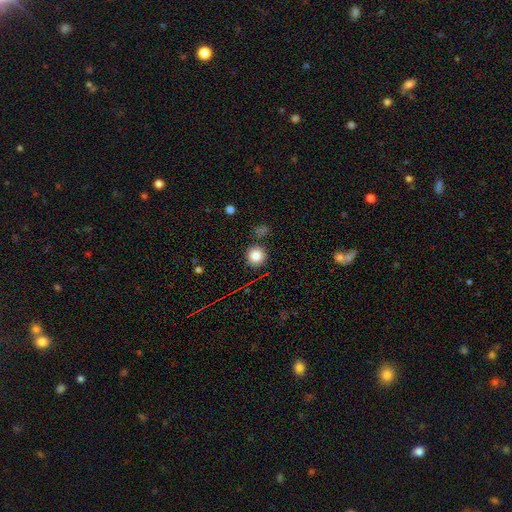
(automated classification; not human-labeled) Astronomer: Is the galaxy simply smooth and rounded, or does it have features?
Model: smooth — 83%.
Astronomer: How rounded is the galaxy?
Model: round — 93%.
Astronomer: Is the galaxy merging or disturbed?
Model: none — 84%.